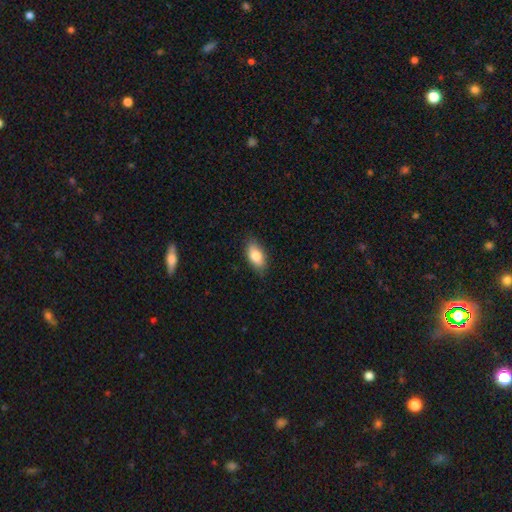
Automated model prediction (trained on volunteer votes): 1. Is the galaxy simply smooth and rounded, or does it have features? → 79% smooth, 14% featured or disk, 7% star or artifact.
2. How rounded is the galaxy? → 90% in between, 5% cigar-shaped, 5% round.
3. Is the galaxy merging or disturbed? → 83% none, 14% minor disturbance, 2% major disturbance, 1% merger.